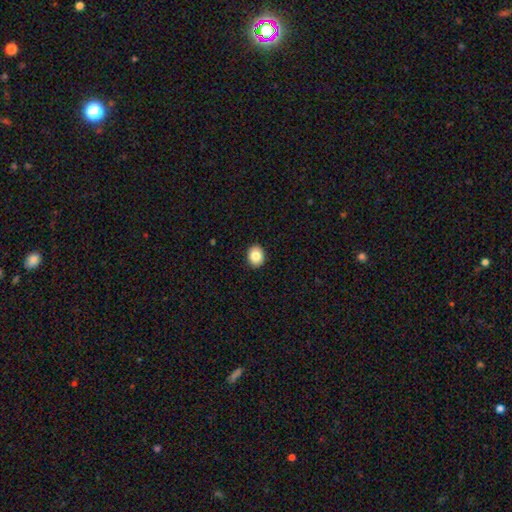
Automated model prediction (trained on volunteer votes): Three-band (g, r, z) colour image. It shows a smooth galaxy with no disk features (84%) that is round (58%). Merging: none (91%).